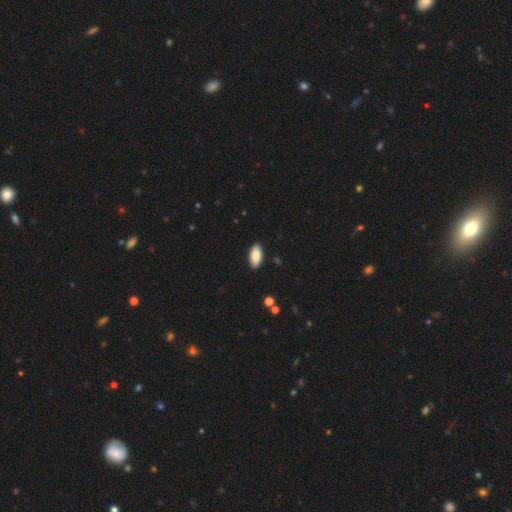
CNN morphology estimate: Smooth or featured? smooth (83%)
How rounded? in between (92%)
Merging? none (90%)